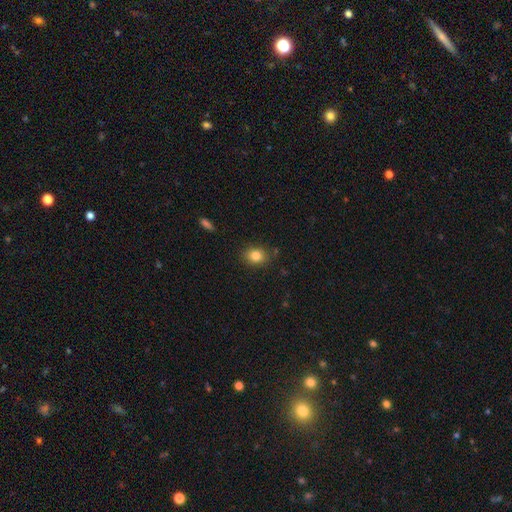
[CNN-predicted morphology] Overall: smooth (83%). How rounded: in between (51%; round 48%). Merging: none (84%).